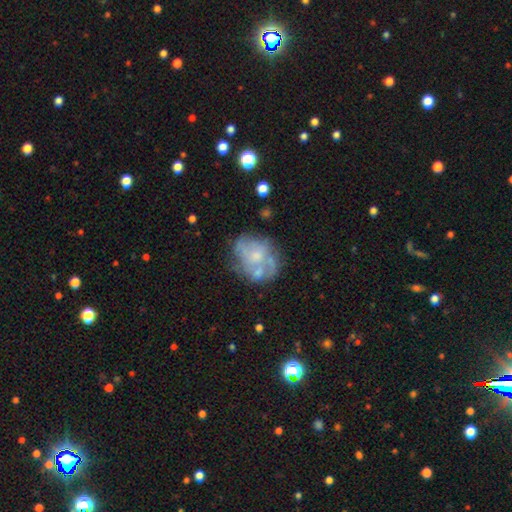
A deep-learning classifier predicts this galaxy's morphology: Overall: featured or disk (64%; smooth 26%). Edge-on disk: no (98%). Bar: no (82%). Spiral arms: no (58%; yes 42%). Bulge size: small (40%, tied with moderate). Merging: none (50%; minor disturbance 22%).